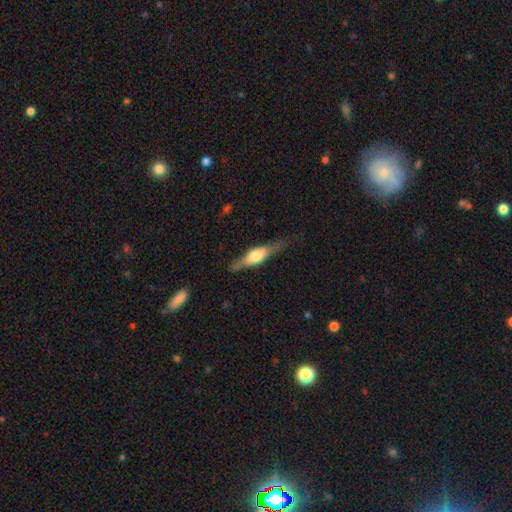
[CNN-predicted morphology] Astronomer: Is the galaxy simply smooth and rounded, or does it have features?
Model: featured or disk — 61%.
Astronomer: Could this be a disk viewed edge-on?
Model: yes — 93%.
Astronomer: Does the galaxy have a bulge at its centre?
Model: rounded — 86%.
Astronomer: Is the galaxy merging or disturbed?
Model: none — 76%.